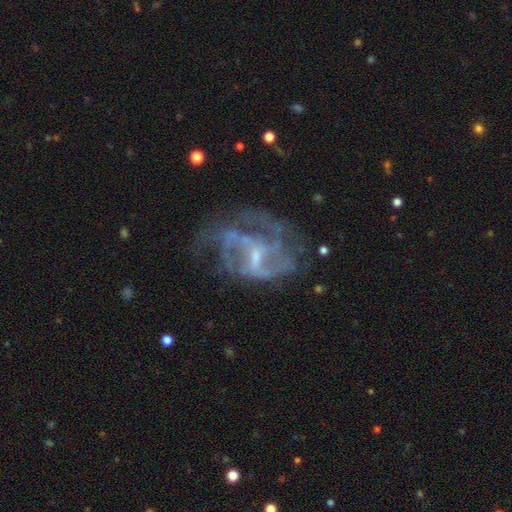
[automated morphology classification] This appears to be a featured or disk galaxy (82%) with a weak bar (51%), medium (45%) spiral arms (73%) and a small central bulge (56%). Merging: none (43%).